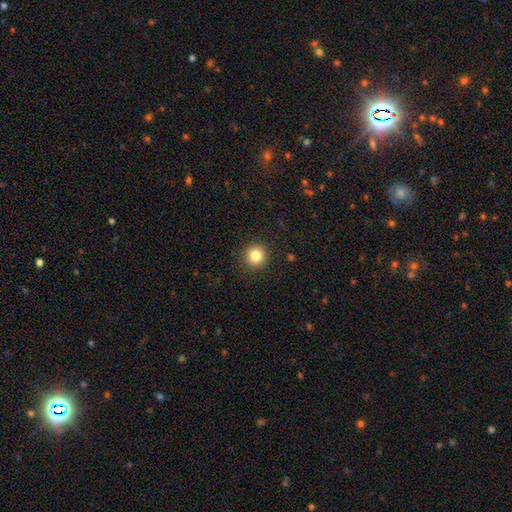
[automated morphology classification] Q: Smooth or featured?
A: smooth (83%); runner-up: star or artifact (11%)
Q: How rounded?
A: round (95%); runner-up: in between (4%)
Q: Merging?
A: none (92%); runner-up: minor disturbance (5%)